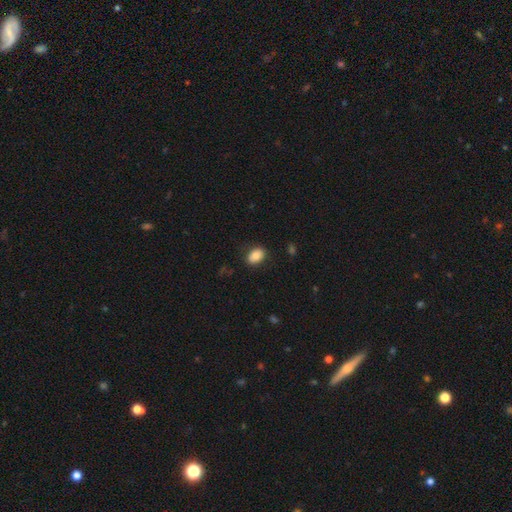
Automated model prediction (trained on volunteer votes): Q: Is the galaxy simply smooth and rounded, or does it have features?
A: smooth — 84%.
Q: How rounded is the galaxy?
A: in between — 80%.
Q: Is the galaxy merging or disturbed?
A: none — 83%.